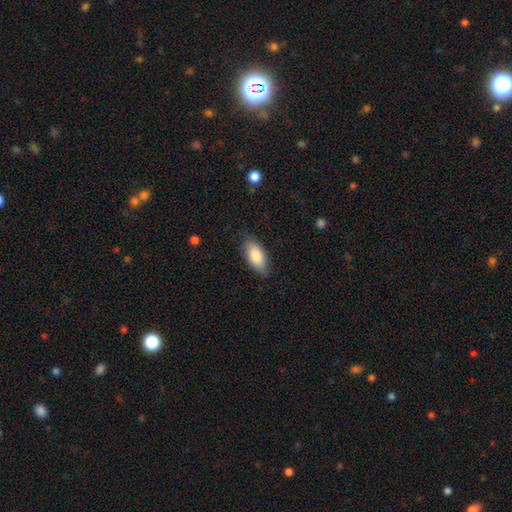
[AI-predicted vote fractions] The model was most divided on "merging": none: 78%, minor disturbance: 18%, major disturbance: 3%, merger: 1%. More confident: how rounded — in between (89%); smooth or featured — smooth (82%).